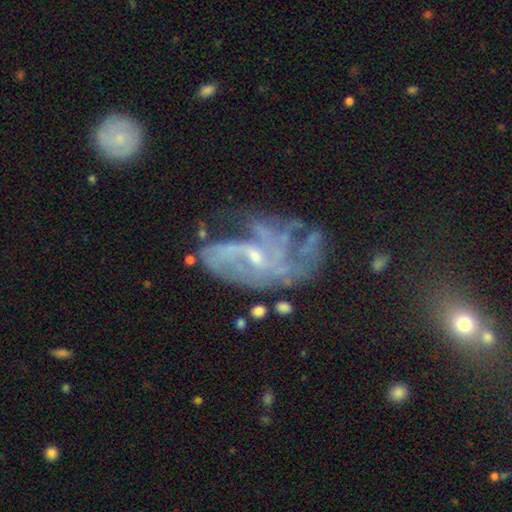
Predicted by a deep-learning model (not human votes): This appears to be a featured or disk galaxy (79%) with no bar (50%), medium (39%) spiral arms (76%) and a small central bulge (68%). Merging: major disturbance (38%).